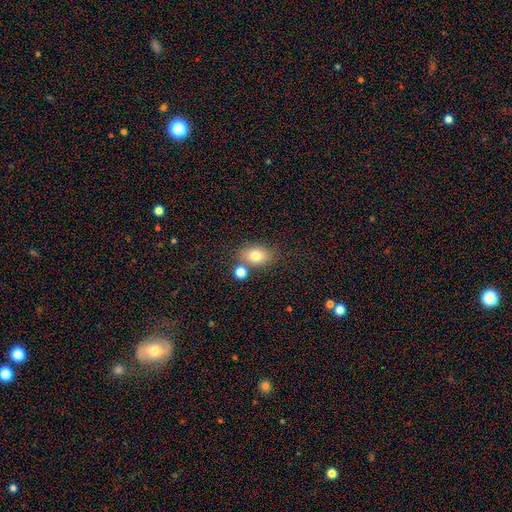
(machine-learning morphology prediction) smooth_or_featured: smooth (p=0.78) [alt: featured or disk p=0.12]
how_rounded: in between (p=0.75) [alt: round p=0.24]
merging: none (p=0.64) [alt: merger p=0.19]